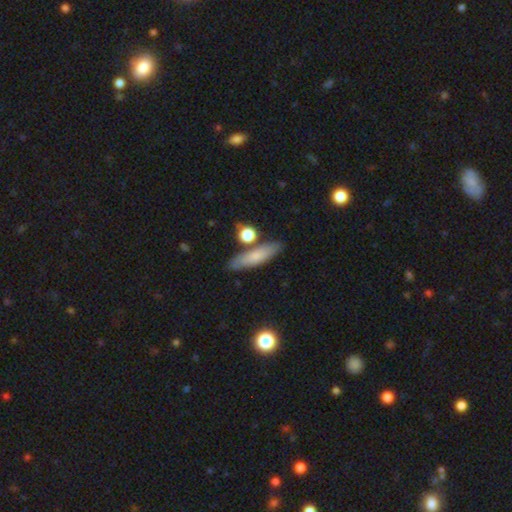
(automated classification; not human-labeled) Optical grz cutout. It shows a smooth galaxy with no disk features (70%) that is cigar-shaped (71%). Merging: none (80%).